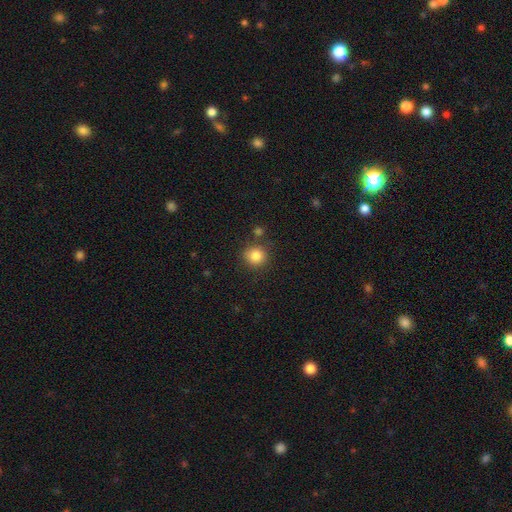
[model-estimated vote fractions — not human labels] Smooth or featured: smooth — 84% (star or artifact — 11%)
How rounded: round — 91% (in between — 8%)
Merging: none — 80% (minor disturbance — 10%)